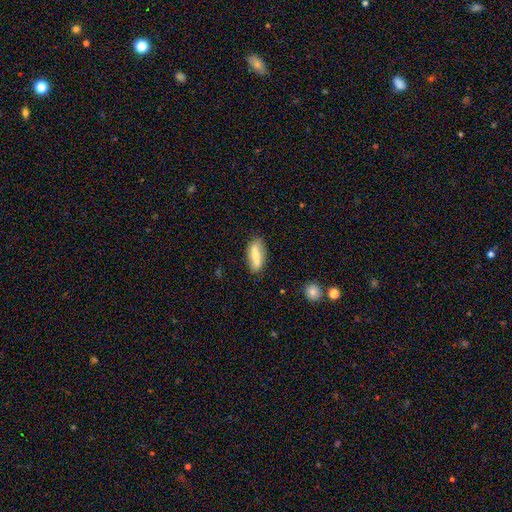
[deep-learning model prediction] Smooth or featured: smooth — 59% (featured or disk — 35%)
How rounded: in between — 64% (cigar-shaped — 33%)
Merging: none — 81% (minor disturbance — 14%)